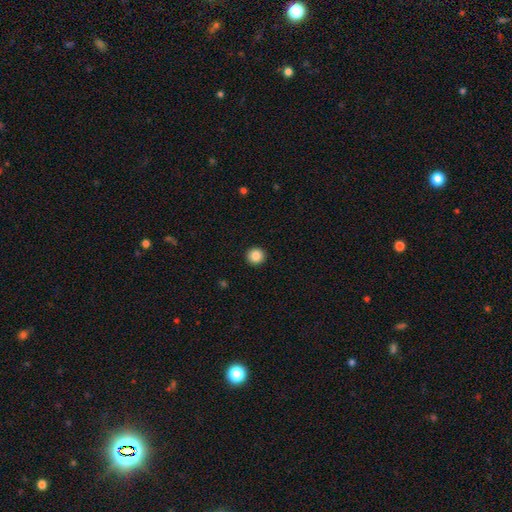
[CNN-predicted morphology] Overall: smooth (87%). How rounded: round (94%). Merging: none (93%).